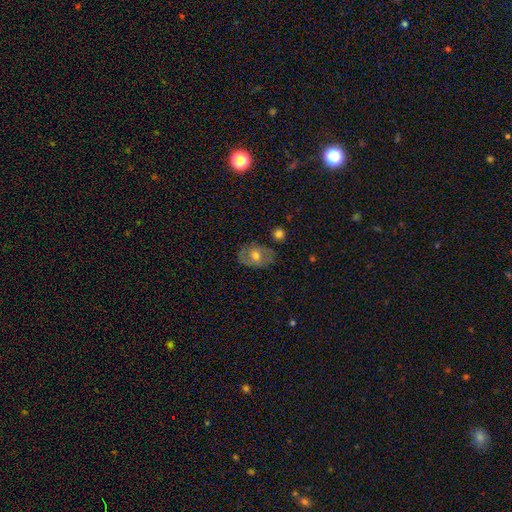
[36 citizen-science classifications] Smooth or featured?
  - featured or disk: 58% *
  - smooth: 36%
  - star or artifact: 6%
Edge-on disk?
  - no: 90% *
  - yes: 10%
Bar?
  - no: 68% *
  - weak: 32%
  - strong: 0%
Spiral arms?
  - no: 58% *
  - yes: 42%
Bulge size?
  - moderate: 79% *
  - large: 11%
  - small: 11%
  - dominant: 0%
  - none: 0%
Merging?
  - none: 85% *
  - minor disturbance: 12%
  - major disturbance: 3%
  - merger: 0%